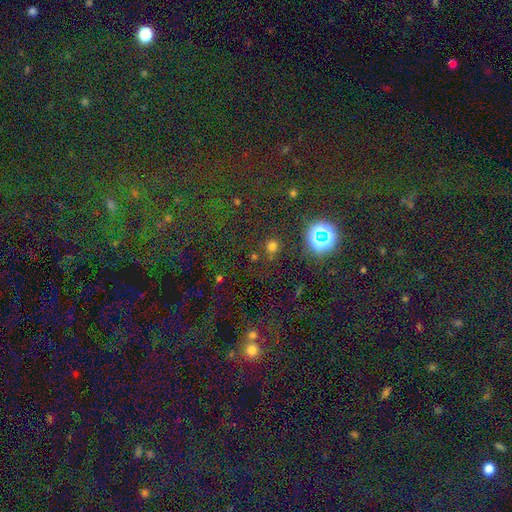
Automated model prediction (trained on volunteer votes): The model was most divided on "smooth or featured": star or artifact: 70%, smooth: 23%, featured or disk: 7%.